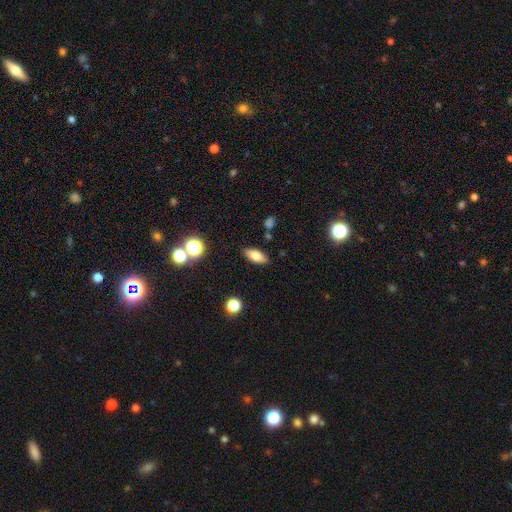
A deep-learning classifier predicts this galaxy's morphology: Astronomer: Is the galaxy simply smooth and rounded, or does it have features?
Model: smooth — 72%.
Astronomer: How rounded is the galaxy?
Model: in between — 80%.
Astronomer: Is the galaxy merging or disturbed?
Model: none — 86%.